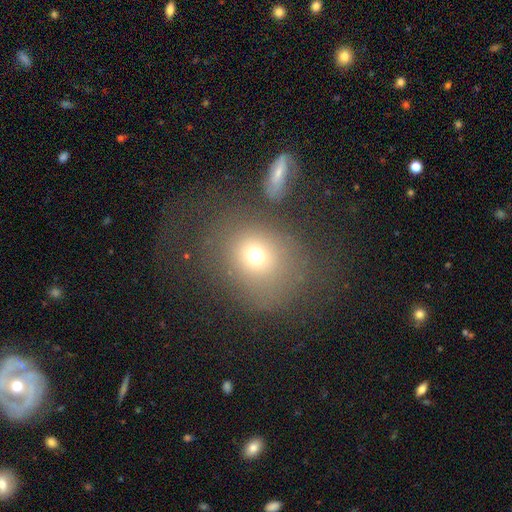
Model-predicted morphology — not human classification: This is likely a smooth galaxy (70%). How rounded: likely round (68%). Merging: likely none (62%).